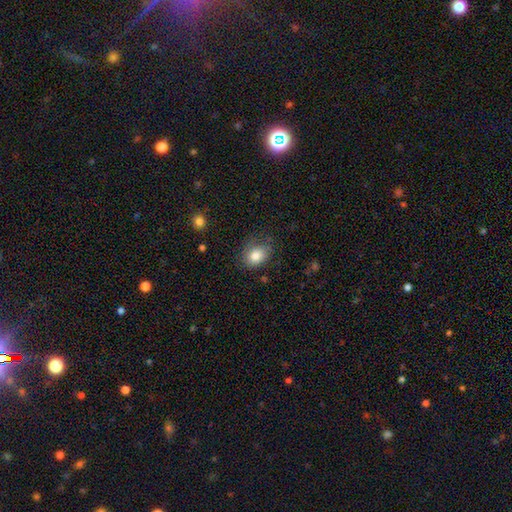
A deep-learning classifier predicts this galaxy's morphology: Smooth or featured: smooth — 83% (star or artifact — 9%)
How rounded: in between — 60% (round — 39%)
Merging: none — 66% (minor disturbance — 24%)